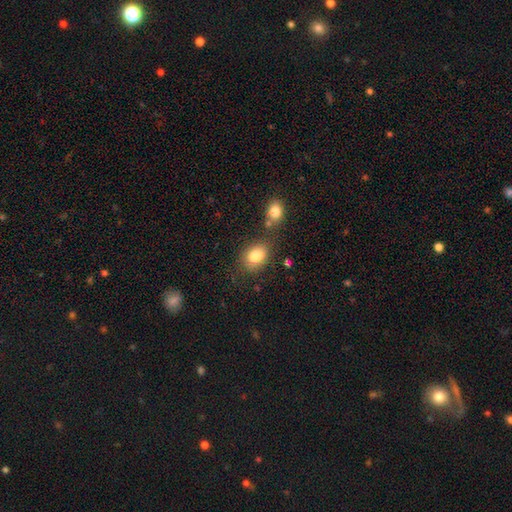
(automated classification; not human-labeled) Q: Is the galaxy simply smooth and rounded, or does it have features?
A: smooth — 82%.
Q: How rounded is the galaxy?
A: in between — 70%.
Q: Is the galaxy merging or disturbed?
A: none — 69%.